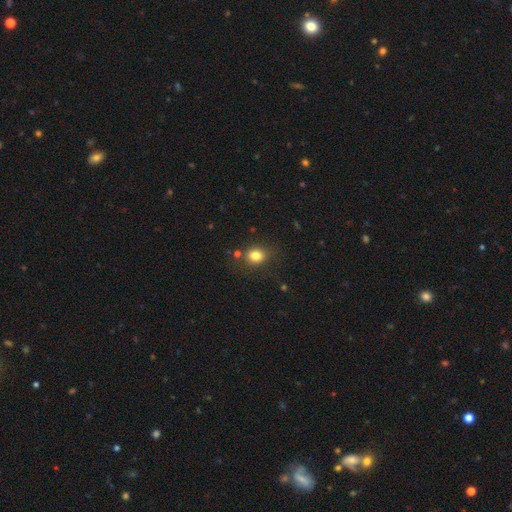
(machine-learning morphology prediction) The model was most divided on "how rounded": round: 62%, in between: 37%, cigar-shaped: 1%. More confident: smooth or featured — smooth (81%); merging — none (76%).